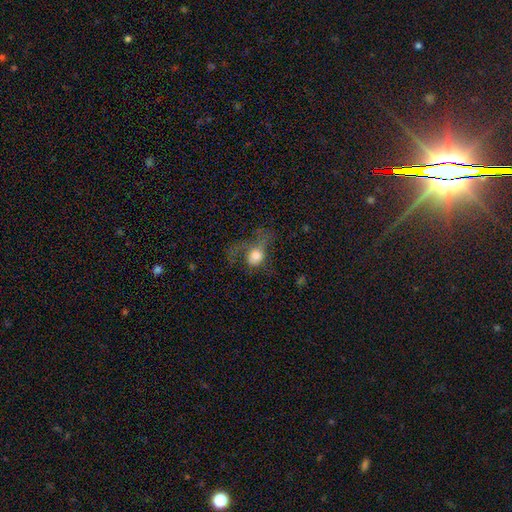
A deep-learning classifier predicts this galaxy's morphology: Smooth or featured: smooth — 62% (featured or disk — 26%)
How rounded: round — 57% (in between — 40%)
Merging: major disturbance — 56% (none — 24%)